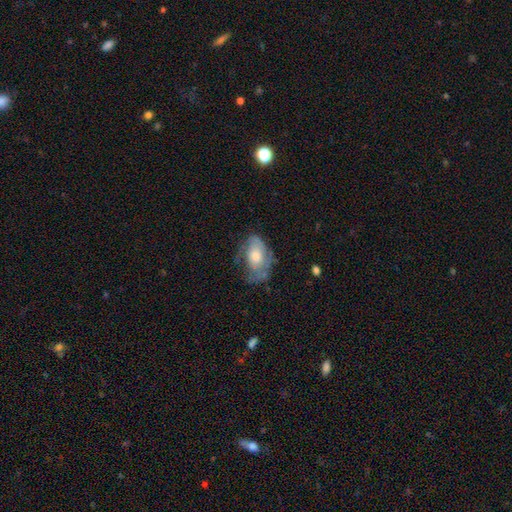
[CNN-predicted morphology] Smooth or featured? featured or disk (56%)
Edge-on disk? no (94%)
Bar? no (81%)
Spiral arms? yes (61%)
Bulge size? moderate (58%)
Merging? none (51%)